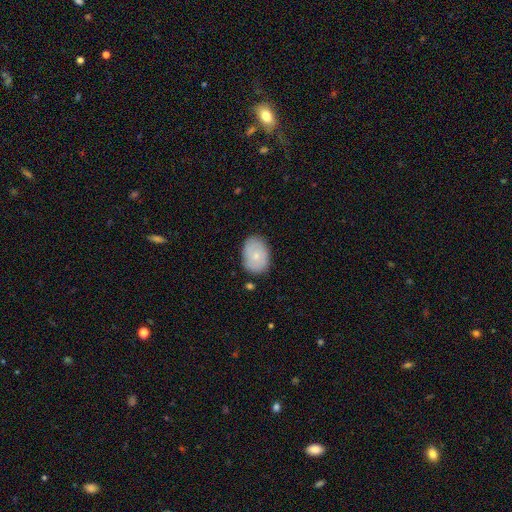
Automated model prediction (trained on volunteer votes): A smooth galaxy with no disk features (70%) that is in between round and cigar-shaped (78%). Merging: none (78%).